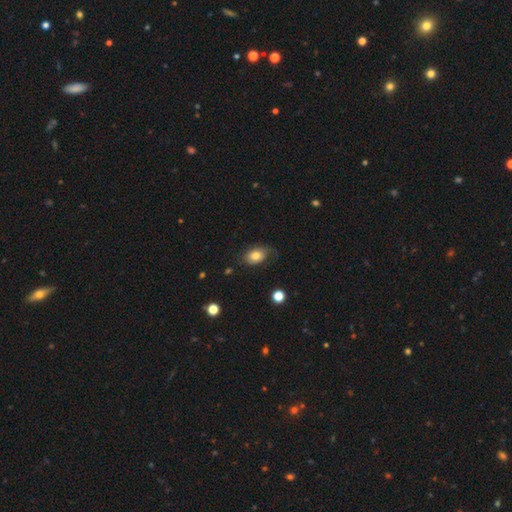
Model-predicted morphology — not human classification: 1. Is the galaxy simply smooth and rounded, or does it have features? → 74% smooth, 17% featured or disk, 9% star or artifact.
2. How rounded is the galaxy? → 79% in between, 19% round, 1% cigar-shaped.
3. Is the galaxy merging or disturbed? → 62% none, 25% minor disturbance, 11% major disturbance, 2% merger.